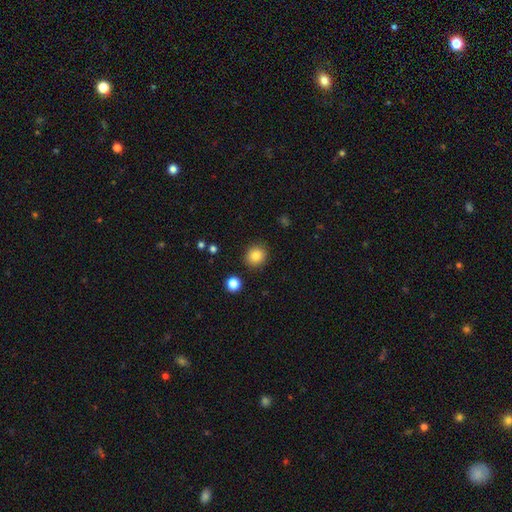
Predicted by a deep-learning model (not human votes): smooth 84%, star or artifact 10%, featured or disk 6%. Down the decision tree: how rounded — round (86%); merging — none (89%).